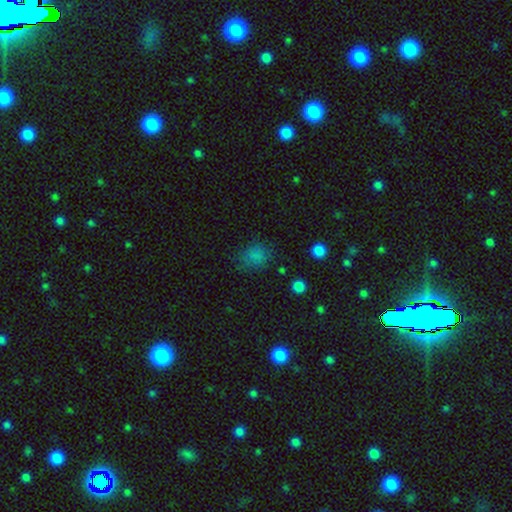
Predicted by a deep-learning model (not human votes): Smooth or featured: smooth — 77% (star or artifact — 17%)
How rounded: round — 63% (in between — 36%)
Merging: none — 68% (minor disturbance — 21%)